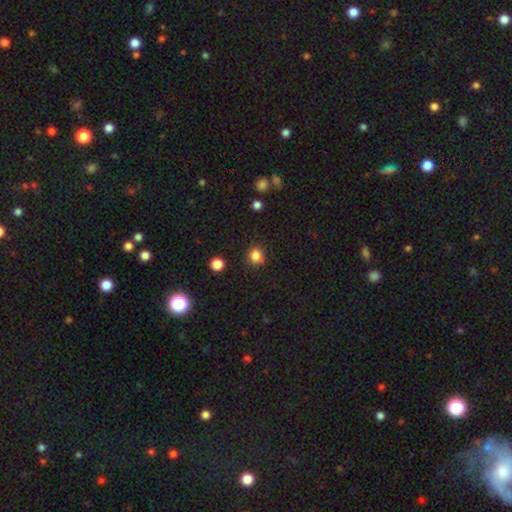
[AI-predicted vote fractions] Smooth or featured? Predicted: smooth (p=0.83). How rounded? Predicted: round (p=0.86). Merging? Predicted: none (p=0.83).